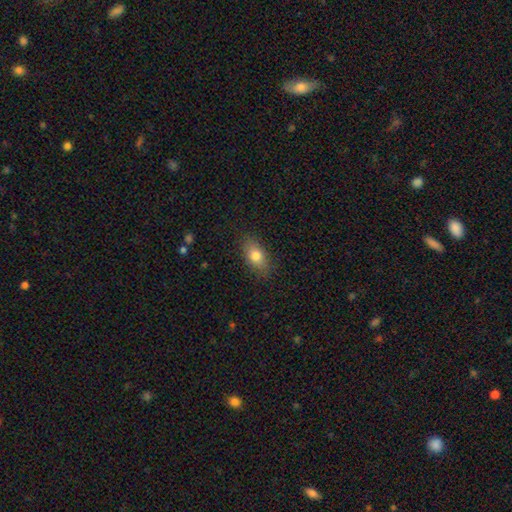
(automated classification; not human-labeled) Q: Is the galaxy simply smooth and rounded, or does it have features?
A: smooth — 78%.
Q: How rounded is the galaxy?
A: in between — 84%.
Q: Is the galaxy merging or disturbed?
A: none — 85%.